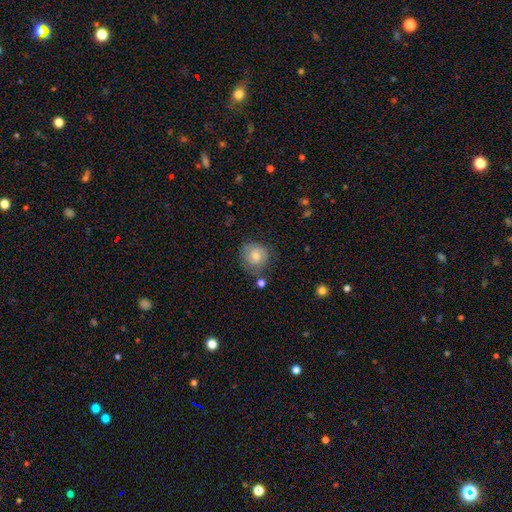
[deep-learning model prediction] Smooth or featured? Predicted: smooth (p=0.60). How rounded? Predicted: round (p=0.82). Merging? Predicted: none (p=0.63).